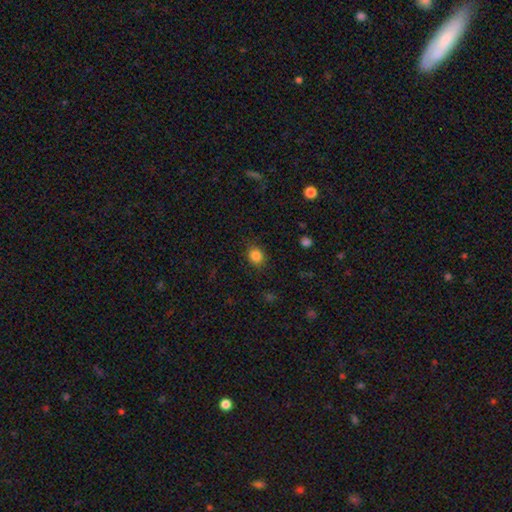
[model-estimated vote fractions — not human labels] A smooth galaxy with no disk features (85%) that is round (70%).

Vote fractions:
- Smooth or featured? smooth: 85% / star or artifact: 11% / featured or disk: 5%
- How rounded? round: 70% / in between: 29% / cigar-shaped: 1%
- Merging? none: 86% / minor disturbance: 10% / major disturbance: 3% / merger: 1%